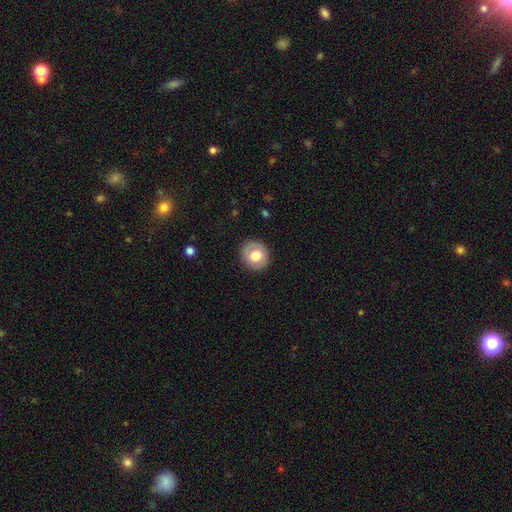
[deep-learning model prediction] The model was most divided on "smooth or featured": smooth: 69%, featured or disk: 23%, star or artifact: 7%. More confident: merging — none (86%); how rounded — round (85%).